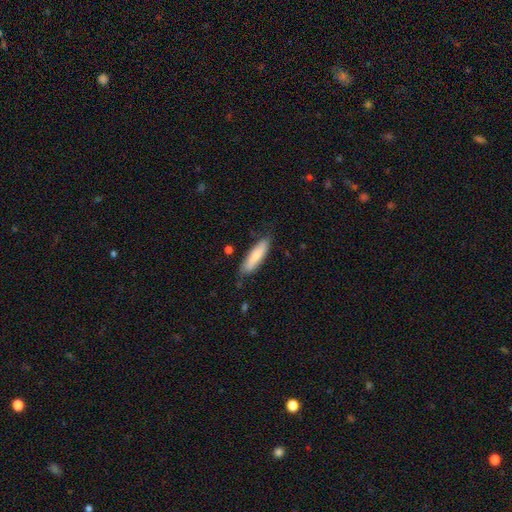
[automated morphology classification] A smooth galaxy with no disk features (76%) that is cigar-shaped (64%).

Vote fractions:
- Smooth or featured? smooth: 76% / featured or disk: 18% / star or artifact: 6%
- How rounded? cigar-shaped: 64% / in between: 35% / round: 1%
- Merging? none: 78% / minor disturbance: 17% / major disturbance: 3% / merger: 2%